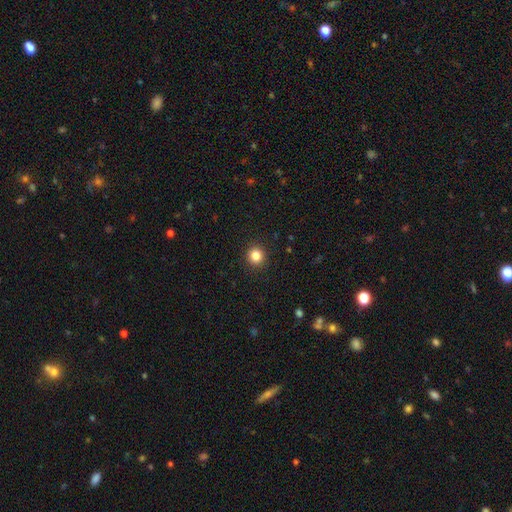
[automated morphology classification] smooth_or_featured: smooth (p=0.84) [alt: star or artifact p=0.12]
how_rounded: round (p=0.93) [alt: in between p=0.06]
merging: none (p=0.92) [alt: minor disturbance p=0.05]